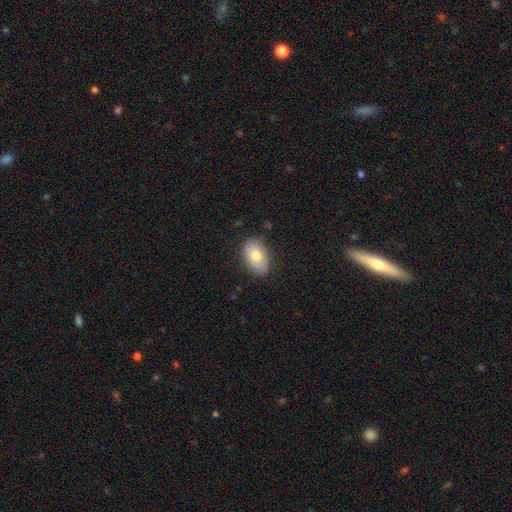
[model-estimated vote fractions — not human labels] Smooth or featured? Predicted: smooth (p=0.75). How rounded? Predicted: in between (p=0.86). Merging? Predicted: none (p=0.83).